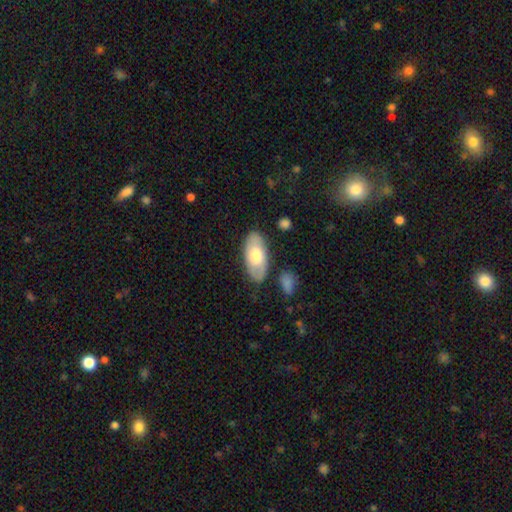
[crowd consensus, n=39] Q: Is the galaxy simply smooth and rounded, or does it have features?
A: smooth — 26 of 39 (67%).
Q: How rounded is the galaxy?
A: in between — 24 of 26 (92%).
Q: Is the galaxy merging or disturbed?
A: none — 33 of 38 (87%).